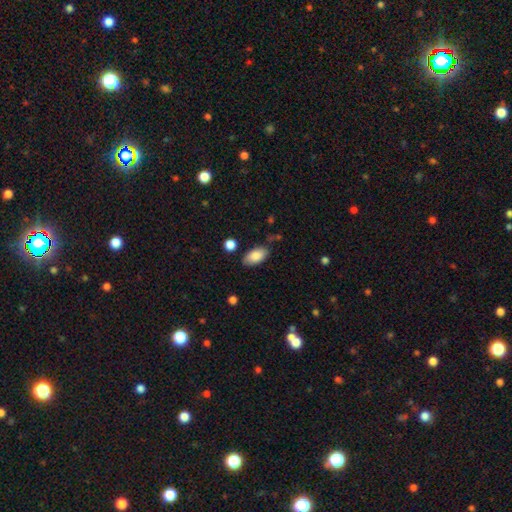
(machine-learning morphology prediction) This appears to be a smooth galaxy with no disk features (86%) that is in between round and cigar-shaped (94%). Merging: none (78%).